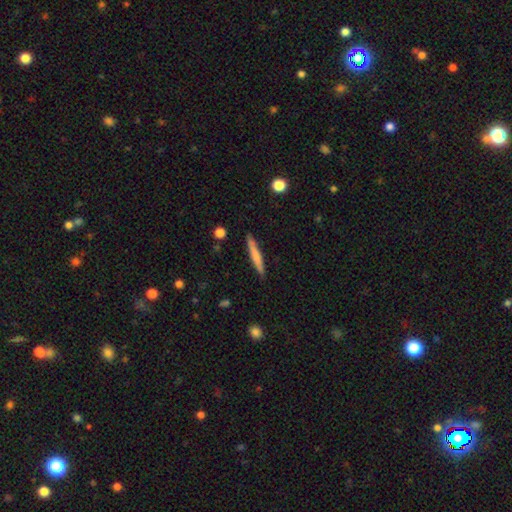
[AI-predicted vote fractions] Q: Smooth or featured?
A: smooth (65%); runner-up: featured or disk (29%)
Q: How rounded?
A: cigar-shaped (94%); runner-up: in between (4%)
Q: Merging?
A: none (88%); runner-up: minor disturbance (9%)